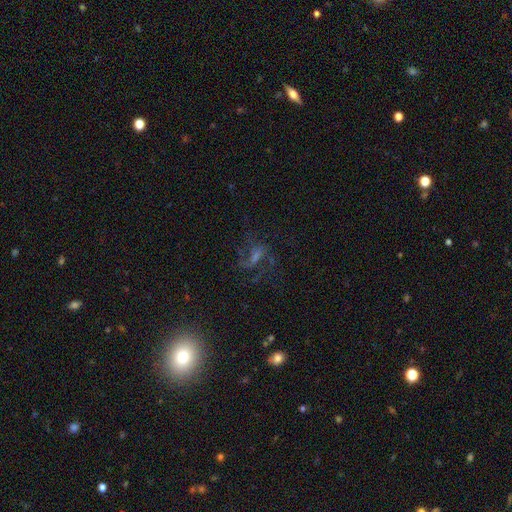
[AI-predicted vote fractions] This appears to be a featured or disk galaxy (60%) with a weak bar (45%), spiral arms (86%) and a small central bulge (33%). Merging: none (58%).